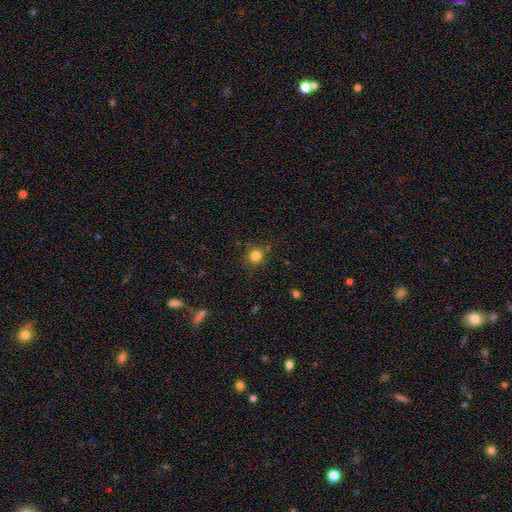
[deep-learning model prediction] A smooth galaxy with no disk features (82%) that is round (91%).

Vote fractions:
- Smooth or featured? smooth: 82% / star or artifact: 13% / featured or disk: 5%
- How rounded? round: 91% / in between: 8% / cigar-shaped: 1%
- Merging? none: 81% / minor disturbance: 12% / major disturbance: 4% / merger: 3%